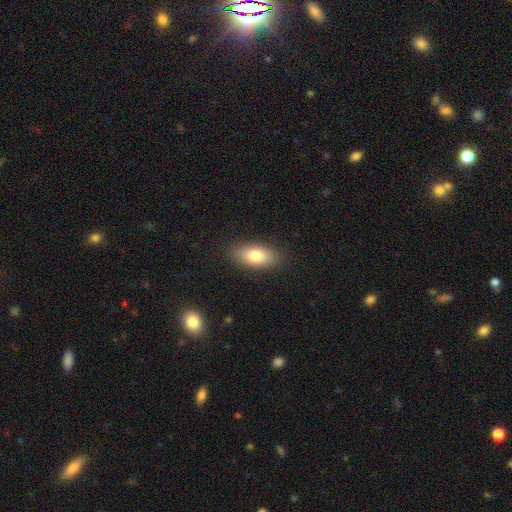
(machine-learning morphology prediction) Smooth or featured? Predicted: smooth (p=0.79). How rounded? Predicted: in between (p=0.88). Merging? Predicted: none (p=0.87).